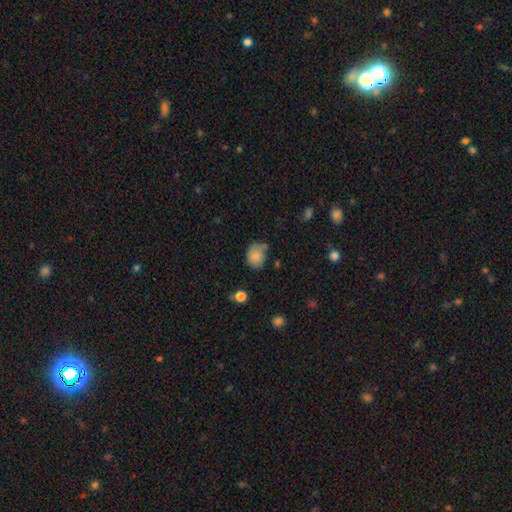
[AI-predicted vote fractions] A smooth galaxy with no disk features (82%) that is round (58%). Merging: none (52%).